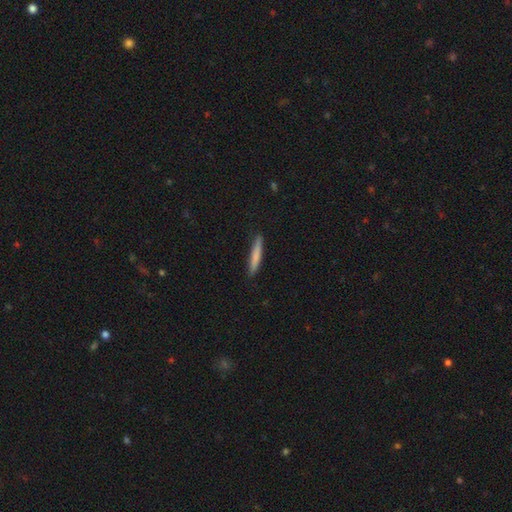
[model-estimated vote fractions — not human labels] smooth 76%, featured or disk 19%, star or artifact 5%. Down the decision tree: how rounded — cigar-shaped (94%); merging — none (88%).